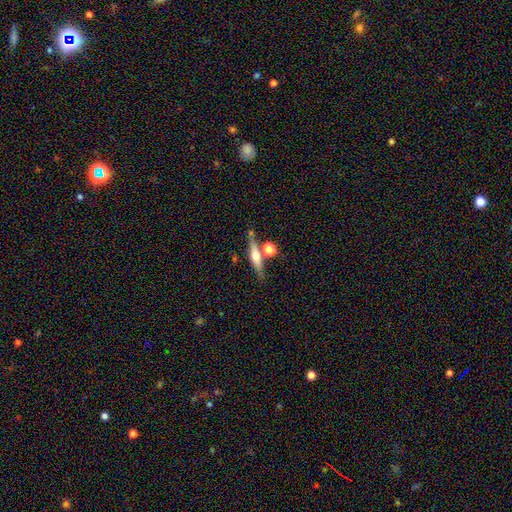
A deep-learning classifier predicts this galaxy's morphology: A featured or disk galaxy (60%) viewed edge-on (94%) with a rounded central bulge (89%).

Vote fractions:
- Smooth or featured? featured or disk: 60% / smooth: 33% / star or artifact: 8%
- Edge-on disk? yes: 94% / no: 6%
- Edge-on bulge? rounded: 89% / boxy: 7% / none: 5%
- Merging? none: 70% / merger: 16% / minor disturbance: 11% / major disturbance: 3%